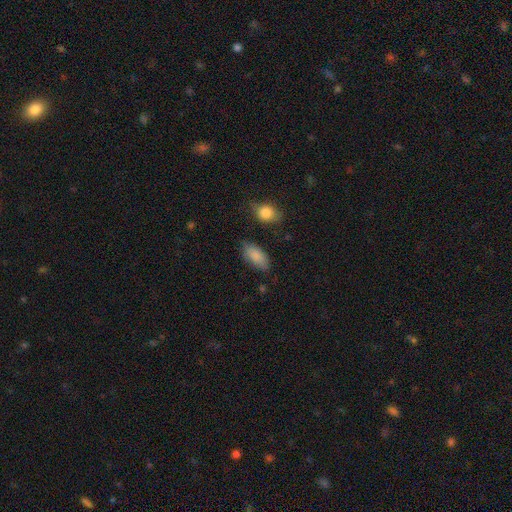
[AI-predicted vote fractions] Q: Smooth or featured?
A: smooth (85%); runner-up: featured or disk (8%)
Q: How rounded?
A: in between (92%); runner-up: cigar-shaped (5%)
Q: Merging?
A: none (74%); runner-up: minor disturbance (18%)